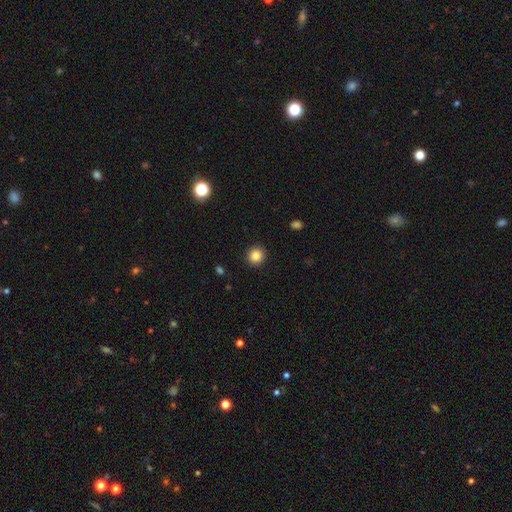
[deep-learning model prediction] This is clearly a smooth galaxy (86%). How rounded: clearly round (94%). Merging: clearly none (92%).